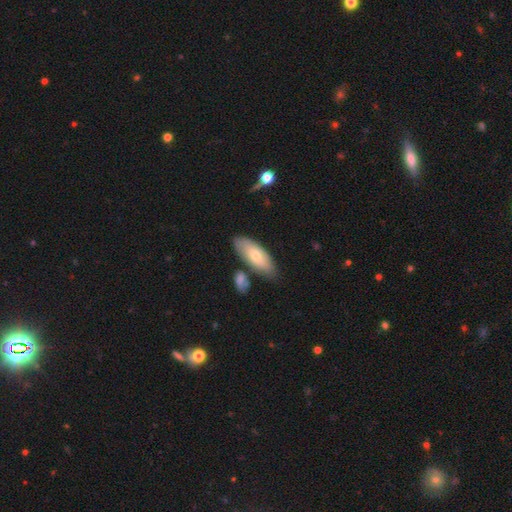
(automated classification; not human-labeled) smooth-or-featured: smooth: 66% | featured or disk: 29% | star or artifact: 6%
  how-rounded: in between: 80% | cigar-shaped: 17% | round: 2%
  merging: none: 72% | minor disturbance: 15% | merger: 10% | major disturbance: 3%